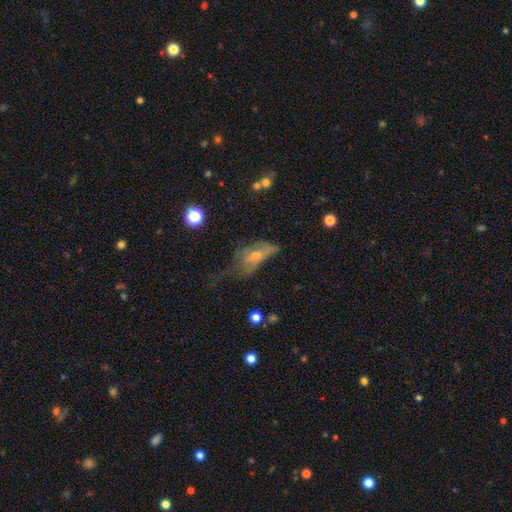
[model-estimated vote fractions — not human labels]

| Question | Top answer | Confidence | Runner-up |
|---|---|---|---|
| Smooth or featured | featured or disk | 45% | smooth (42%) |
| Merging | major disturbance | 50% | minor disturbance (24%) |